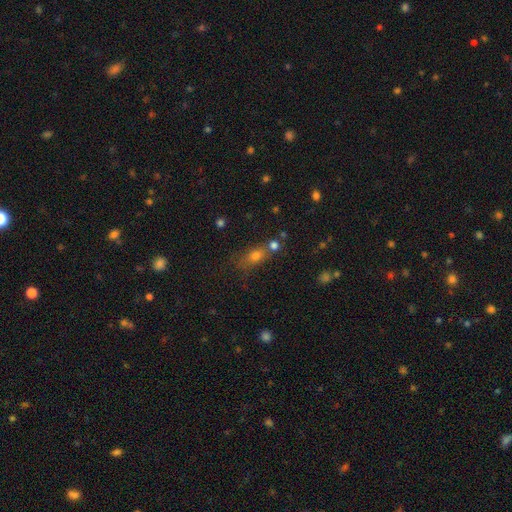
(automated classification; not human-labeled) Morphology: type=smooth (69%); roundness=in between (55%); merging=none (53%).